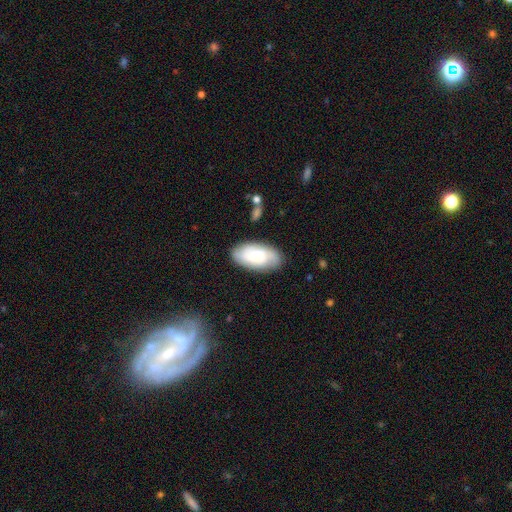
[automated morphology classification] Overall: smooth (53%; featured or disk 39%). How rounded: in between (93%). Merging: none (81%).